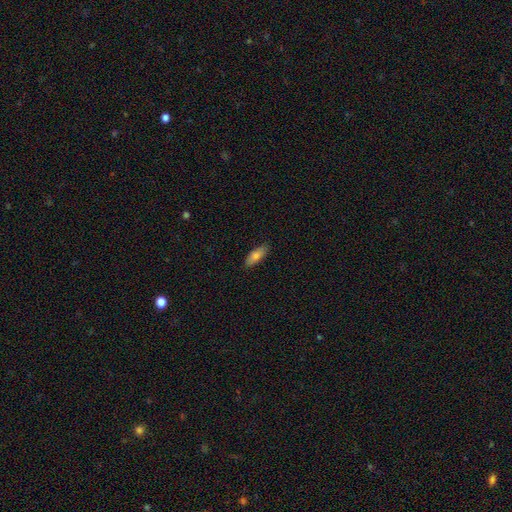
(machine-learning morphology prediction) smooth_or_featured: smooth (p=0.78) [alt: featured or disk p=0.15]
how_rounded: in between (p=0.69) [alt: cigar-shaped p=0.29]
merging: none (p=0.86) [alt: minor disturbance p=0.11]